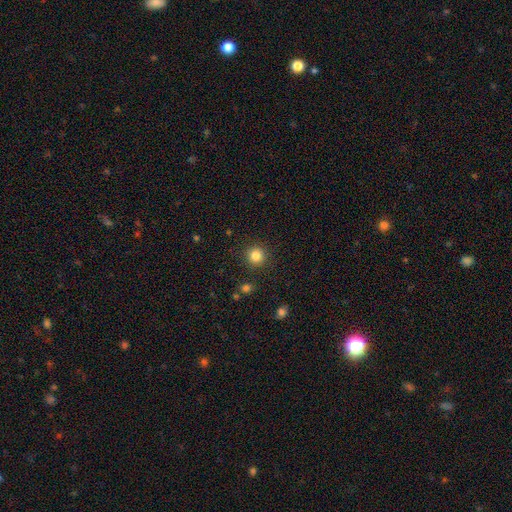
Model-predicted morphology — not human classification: Smooth or featured? smooth (84%)
How rounded? round (94%)
Merging? none (91%)